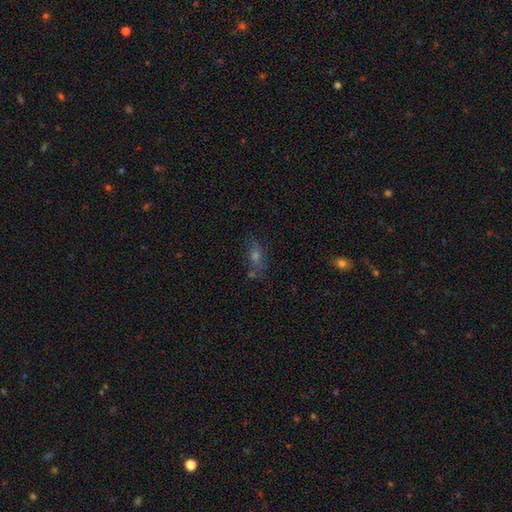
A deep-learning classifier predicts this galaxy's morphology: This appears to be a smooth galaxy with no disk features (41%). Merging: none (67%).